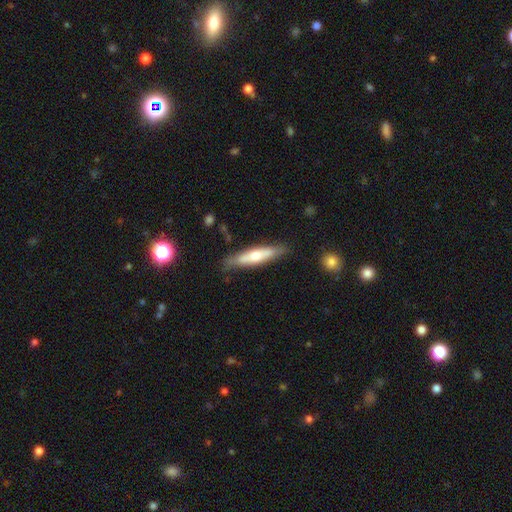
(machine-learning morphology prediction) This is possibly a smooth galaxy (52%). How rounded: clearly cigar-shaped (81%). Merging: likely none (79%).